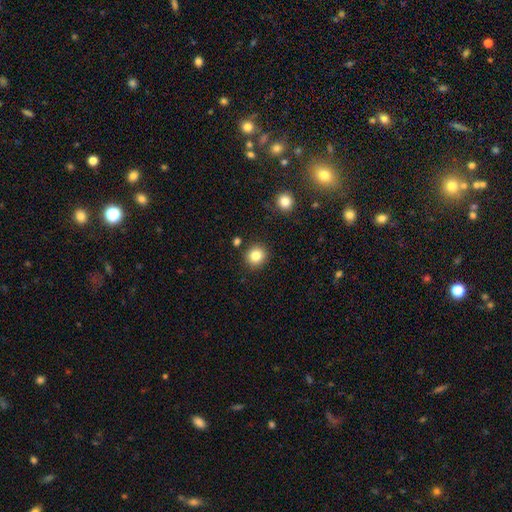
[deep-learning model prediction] This appears to be a smooth galaxy with no disk features (83%) that is round (89%). Merging: none (87%).